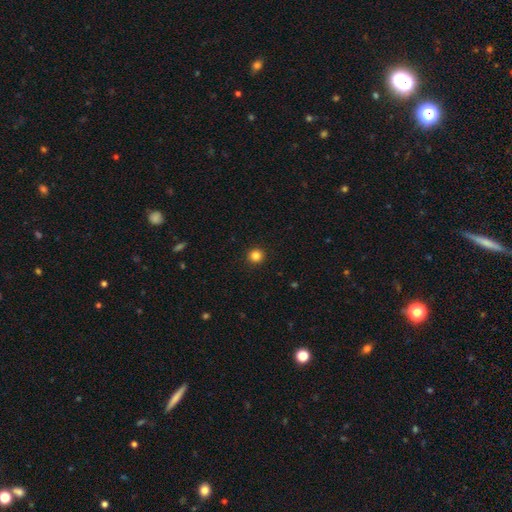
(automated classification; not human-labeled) A smooth galaxy with no disk features (84%) that is round (95%). Merging: none (93%).